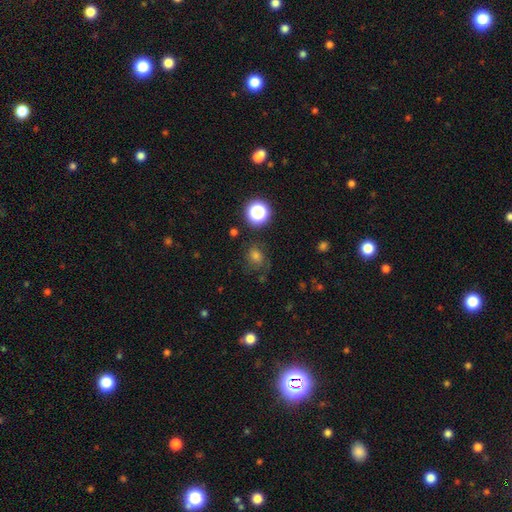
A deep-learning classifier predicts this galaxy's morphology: Smooth or featured? smooth (67%)
How rounded? round (70%)
Merging? none (66%)